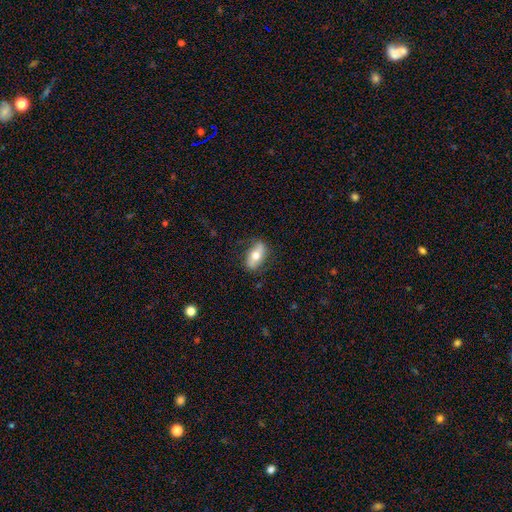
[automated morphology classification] Q: Smooth or featured?
A: smooth (54%); runner-up: featured or disk (39%)
Q: How rounded?
A: in between (84%); runner-up: cigar-shaped (10%)
Q: Merging?
A: none (79%); runner-up: minor disturbance (16%)